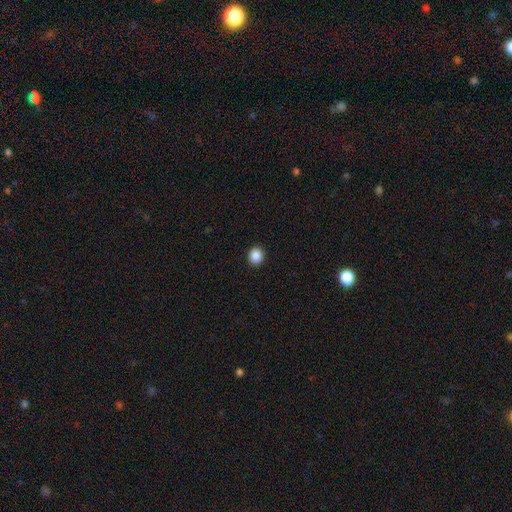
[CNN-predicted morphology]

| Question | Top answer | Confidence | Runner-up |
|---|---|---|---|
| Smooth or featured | smooth | 88% | star or artifact (10%) |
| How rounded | round | 77% | in between (22%) |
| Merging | none | 92% | minor disturbance (5%) |